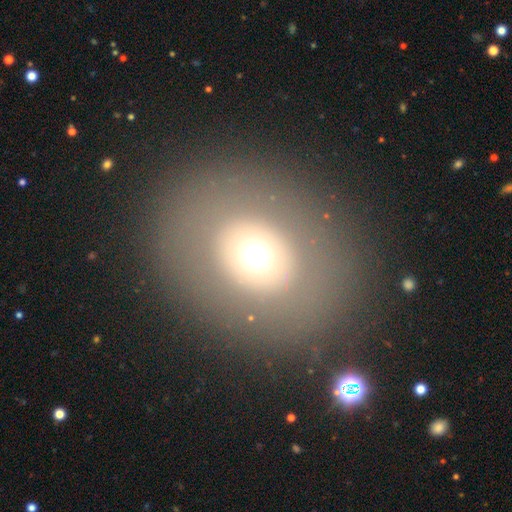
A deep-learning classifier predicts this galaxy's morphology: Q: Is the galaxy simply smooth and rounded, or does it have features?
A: smooth — 59%.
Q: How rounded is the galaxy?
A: round — 56%.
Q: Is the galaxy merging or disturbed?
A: none — 85%.